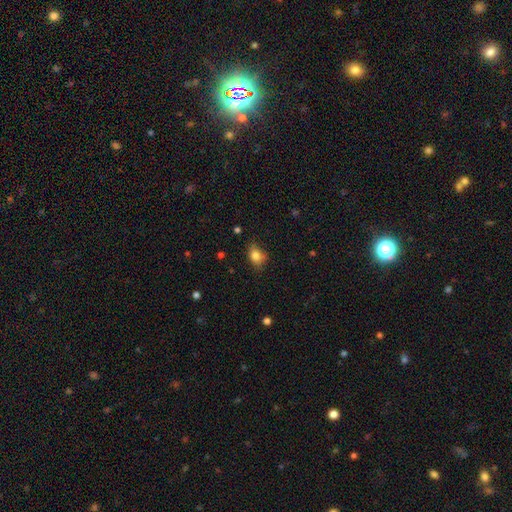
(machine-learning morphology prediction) Smooth or featured: smooth — 82% (star or artifact — 10%)
How rounded: in between — 64% (round — 34%)
Merging: none — 67% (minor disturbance — 25%)